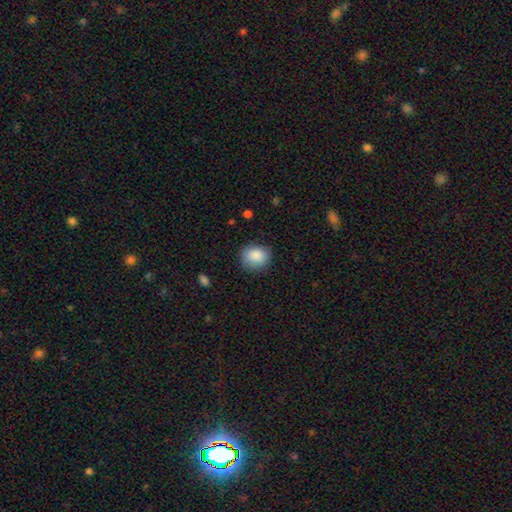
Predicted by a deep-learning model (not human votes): Smooth or featured? smooth (88%)
How rounded? round (69%)
Merging? none (82%)